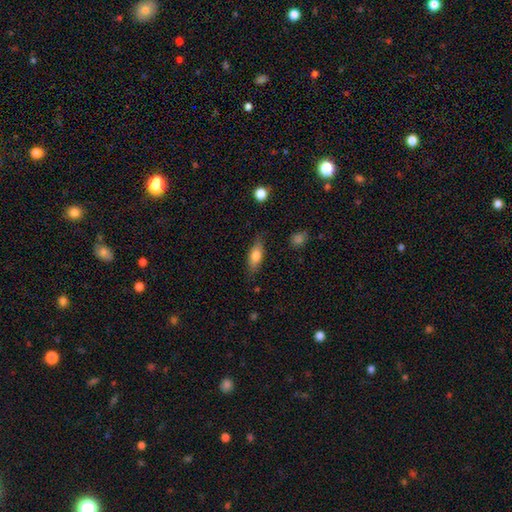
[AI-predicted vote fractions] Smooth or featured? smooth (72%)
How rounded? in between (67%)
Merging? none (78%)